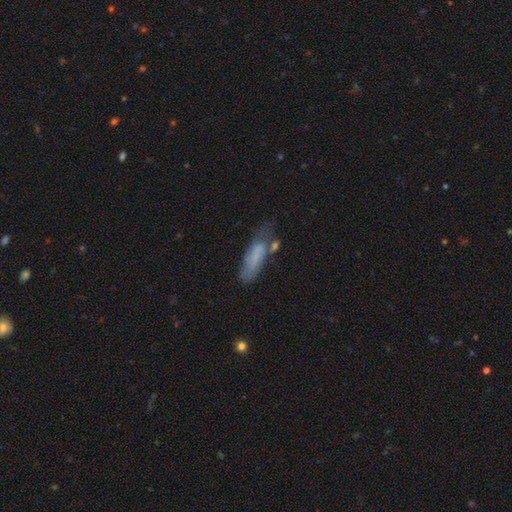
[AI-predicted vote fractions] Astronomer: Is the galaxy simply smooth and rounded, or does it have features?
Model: smooth — 64%.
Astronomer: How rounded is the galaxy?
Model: cigar-shaped — 53% (runner-up: in between, 45%).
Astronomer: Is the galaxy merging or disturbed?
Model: none — 44% (runner-up: minor disturbance, 29%).